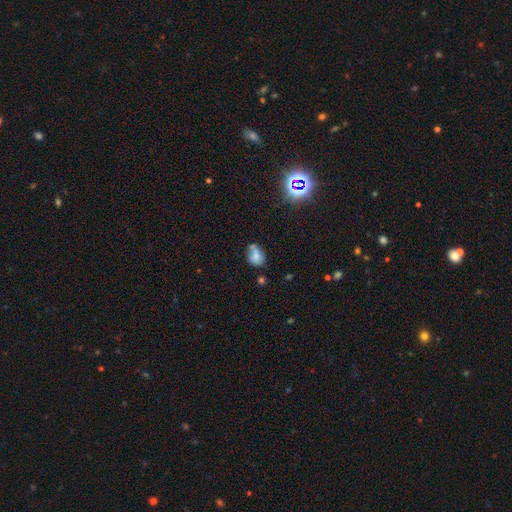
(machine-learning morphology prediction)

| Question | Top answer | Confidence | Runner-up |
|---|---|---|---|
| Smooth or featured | smooth | 65% | featured or disk (21%) |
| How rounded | in between | 70% | round (28%) |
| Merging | none | 43% | minor disturbance (28%) |